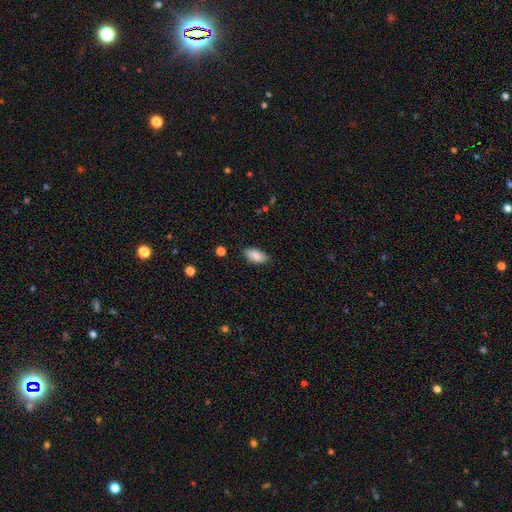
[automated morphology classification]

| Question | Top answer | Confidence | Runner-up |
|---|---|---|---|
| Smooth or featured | smooth | 88% | star or artifact (7%) |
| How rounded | in between | 91% | cigar-shaped (6%) |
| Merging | none | 86% | minor disturbance (11%) |